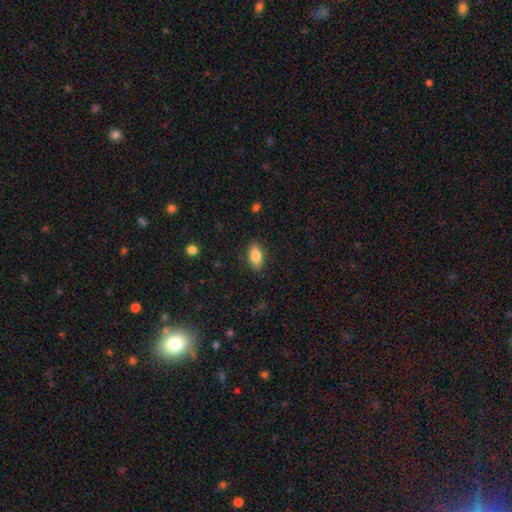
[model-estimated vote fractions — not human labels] Overall: smooth (82%). How rounded: in between (87%). Merging: none (87%).